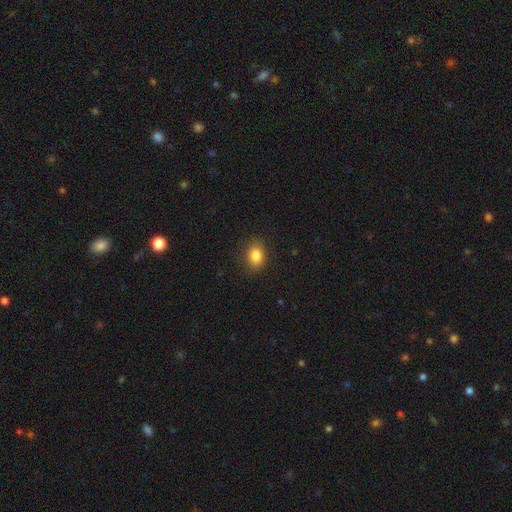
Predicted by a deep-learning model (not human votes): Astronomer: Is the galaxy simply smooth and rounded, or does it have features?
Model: smooth — 84%.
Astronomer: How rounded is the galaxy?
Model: in between — 66%.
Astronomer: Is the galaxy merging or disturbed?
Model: none — 86%.